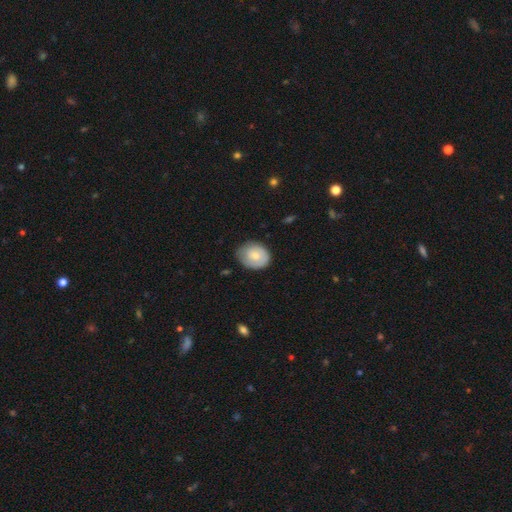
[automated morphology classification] The model was most divided on "how rounded": round: 56%, in between: 44%, cigar-shaped: 1%. More confident: smooth or featured — smooth (69%); merging — none (68%).